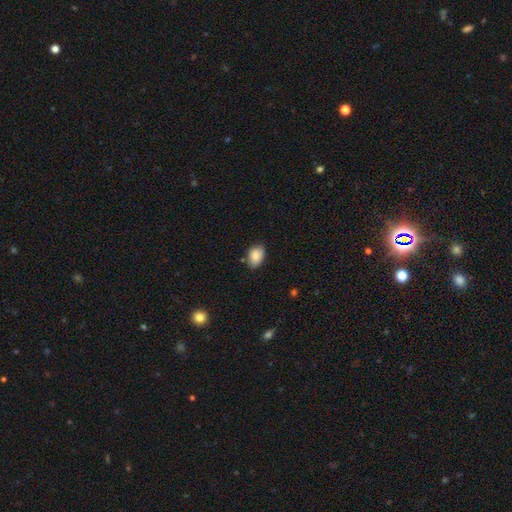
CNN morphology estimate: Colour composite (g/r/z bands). It shows a smooth galaxy with no disk features (85%) that is in between round and cigar-shaped (83%). Merging: none (77%).